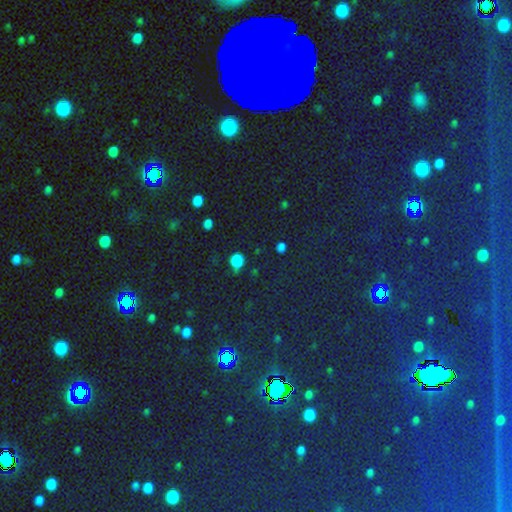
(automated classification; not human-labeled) smooth-or-featured: star or artifact: 68% | smooth: 18% | featured or disk: 14%